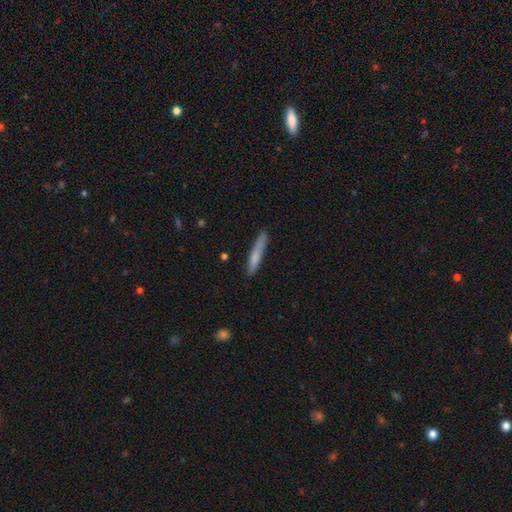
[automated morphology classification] Smooth or featured? Predicted: smooth (p=0.74). How rounded? Predicted: cigar-shaped (p=0.93). Merging? Predicted: none (p=0.76).